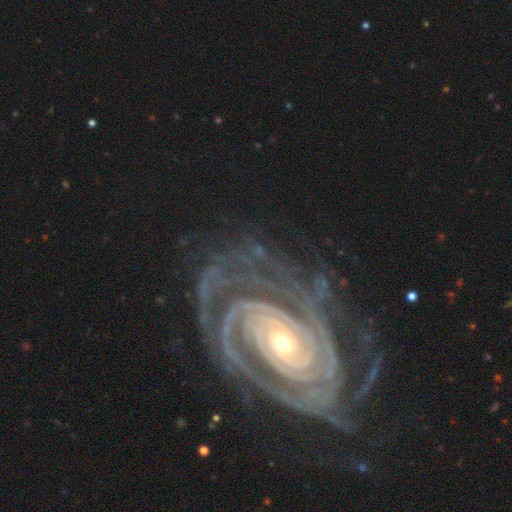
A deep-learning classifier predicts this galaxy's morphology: Smooth or featured? featured or disk (90%)
Edge-on disk? no (96%)
Bar? no (68%)
Spiral arms? yes (97%)
Spiral winding? tight (84%)
Spiral arm count? 2 (25%)
Bulge size? small (58%)
Merging? none (73%)